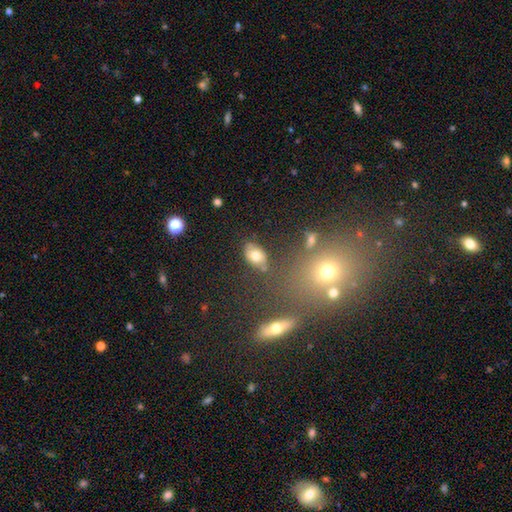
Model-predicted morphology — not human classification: This is likely a smooth galaxy (72%). How rounded: clearly in between (85%). Merging: likely none (73%).